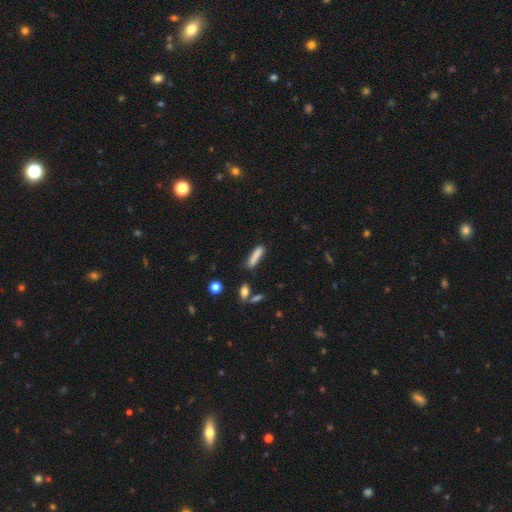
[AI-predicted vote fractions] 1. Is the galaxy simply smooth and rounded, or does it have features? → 83% smooth, 9% featured or disk, 8% star or artifact.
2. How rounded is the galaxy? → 79% cigar-shaped, 19% in between, 2% round.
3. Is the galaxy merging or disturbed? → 73% none, 17% minor disturbance, 6% merger, 4% major disturbance.